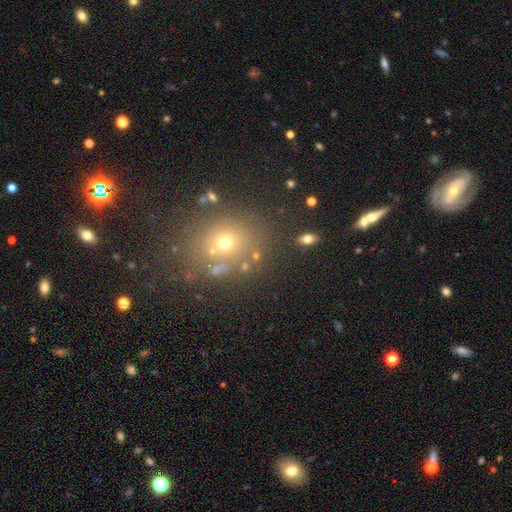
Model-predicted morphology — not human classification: type=smooth (60%); roundness=round (69%); merging=none (72%).